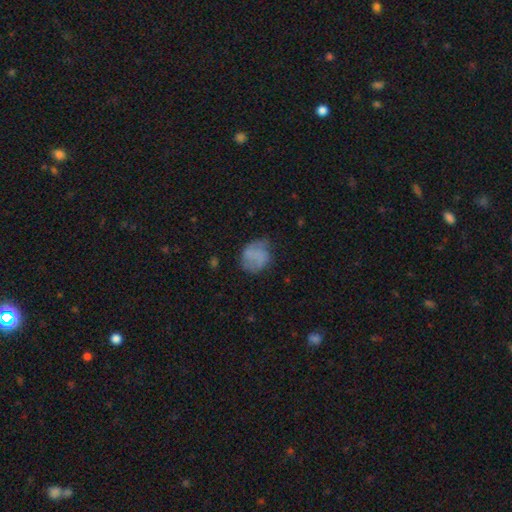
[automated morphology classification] Smooth or featured? smooth (63%)
How rounded? round (68%)
Merging? none (55%)